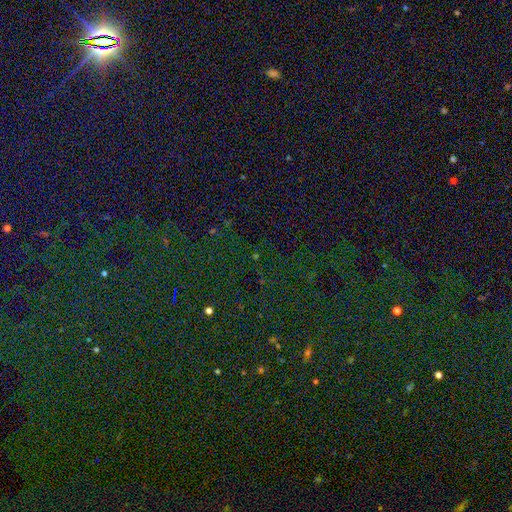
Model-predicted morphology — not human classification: Smooth or featured? star or artifact (83%)